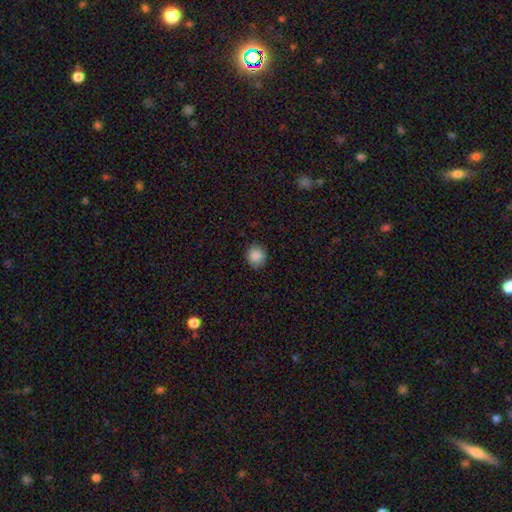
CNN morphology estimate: Smooth or featured?
  - smooth: 88% *
  - star or artifact: 9%
  - featured or disk: 3%
How rounded?
  - round: 86% *
  - in between: 13%
  - cigar-shaped: 1%
Merging?
  - none: 89% *
  - minor disturbance: 8%
  - major disturbance: 2%
  - merger: 1%